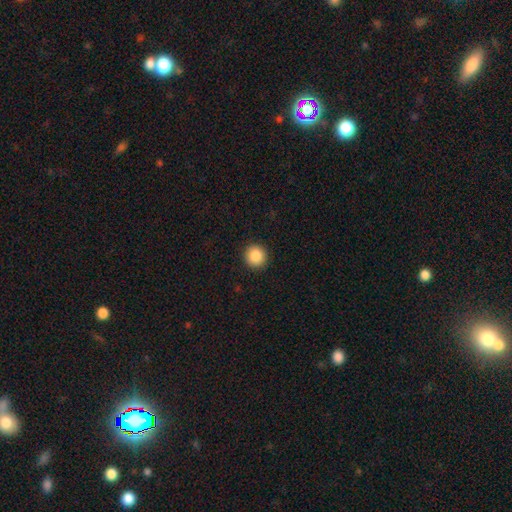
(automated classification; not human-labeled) Overall: smooth (87%). How rounded: round (95%). Merging: none (93%).